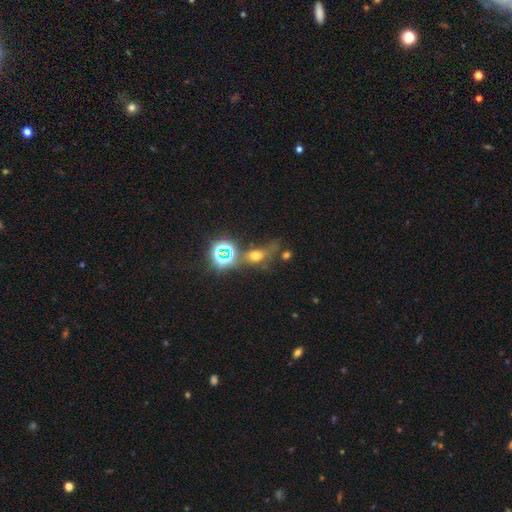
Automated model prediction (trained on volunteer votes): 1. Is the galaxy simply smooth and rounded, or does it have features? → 51% smooth, 34% star or artifact, 14% featured or disk.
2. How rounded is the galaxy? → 51% in between, 42% round, 7% cigar-shaped.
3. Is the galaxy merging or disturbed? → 50% none, 19% minor disturbance, 16% major disturbance, 16% merger.